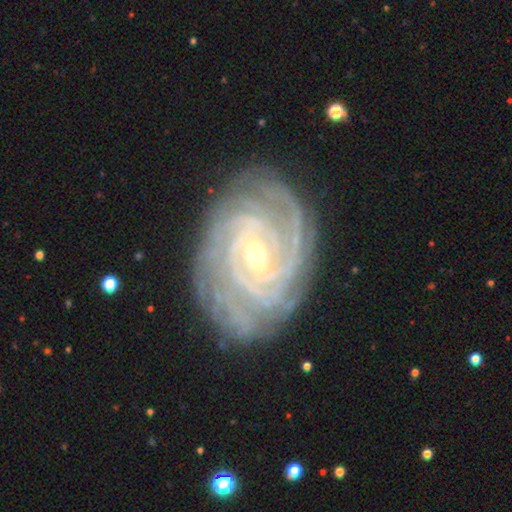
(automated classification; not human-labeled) A featured or disk galaxy (91%) with a weak bar (41%), 4 (24%) tight (83%) spiral arms (98%) and a small central bulge (68%). Merging: none (82%).